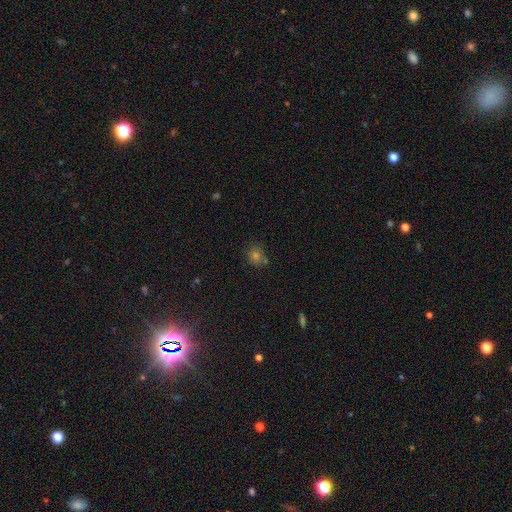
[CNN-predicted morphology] A smooth galaxy with no disk features (62%) that is round (82%). Merging: none (76%).